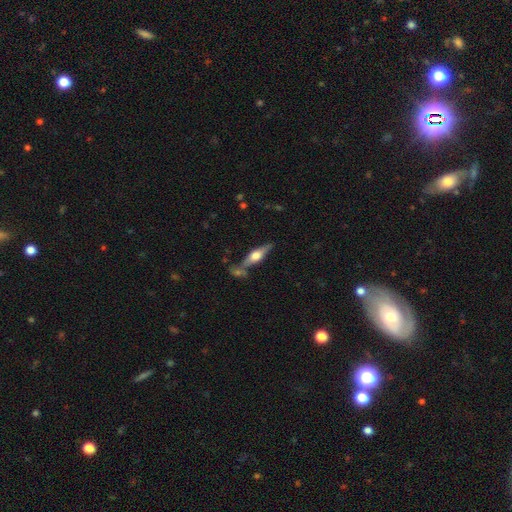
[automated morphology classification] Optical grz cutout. It shows a featured or disk galaxy (67%) viewed edge-on (93%) with a rounded central bulge (91%). Merging: none (67%).